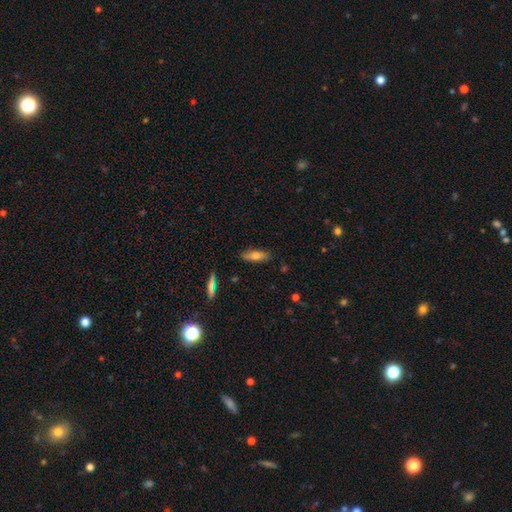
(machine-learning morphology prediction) This appears to be a smooth galaxy with no disk features (67%) that is in between round and cigar-shaped (51%). Merging: none (85%).